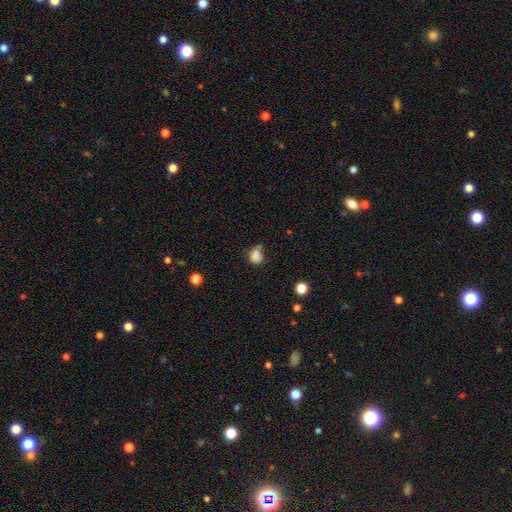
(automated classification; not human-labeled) Smooth or featured? Predicted: smooth (p=0.79). How rounded? Predicted: round (p=0.59). Merging? Predicted: none (p=0.39).